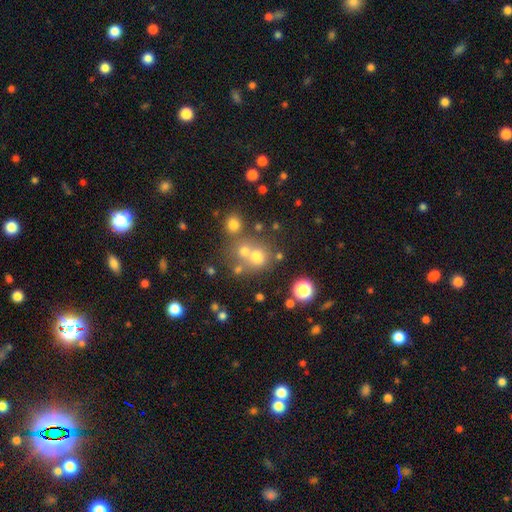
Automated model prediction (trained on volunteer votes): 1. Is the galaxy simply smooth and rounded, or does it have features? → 65% smooth, 21% star or artifact, 15% featured or disk.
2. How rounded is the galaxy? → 80% round, 19% in between, 1% cigar-shaped.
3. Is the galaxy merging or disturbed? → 48% none, 37% merger, 9% minor disturbance, 6% major disturbance.